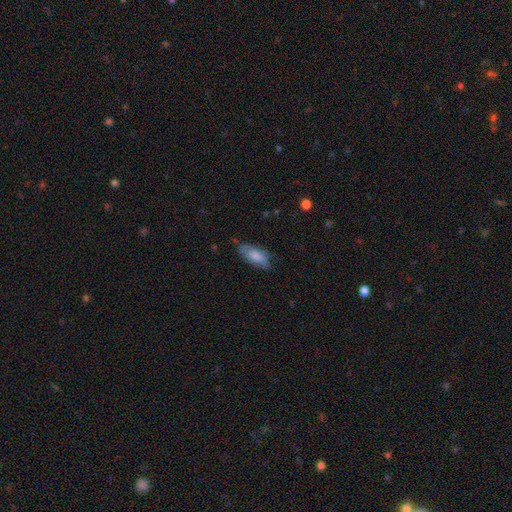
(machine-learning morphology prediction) Smooth or featured? smooth (77%)
How rounded? in between (79%)
Merging? none (69%)